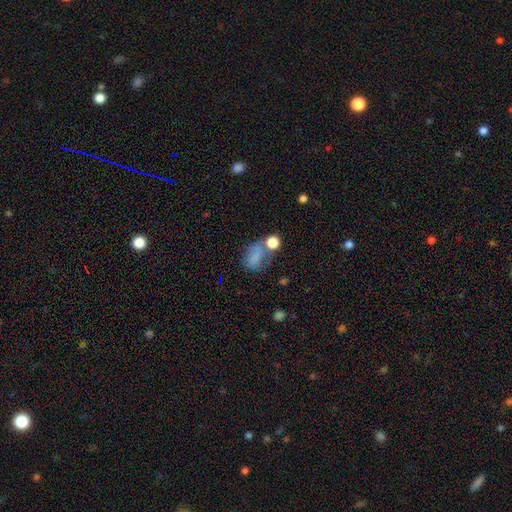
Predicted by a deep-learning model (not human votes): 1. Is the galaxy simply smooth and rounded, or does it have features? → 68% smooth, 17% star or artifact, 15% featured or disk.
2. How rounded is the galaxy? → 67% in between, 32% round, 2% cigar-shaped.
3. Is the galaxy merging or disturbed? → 39% none, 23% minor disturbance, 21% merger, 18% major disturbance.